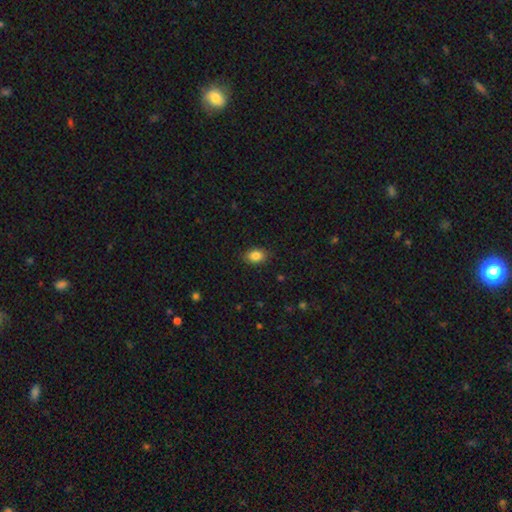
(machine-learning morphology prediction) A smooth galaxy with no disk features (86%) that is in between round and cigar-shaped (77%). Merging: none (87%).